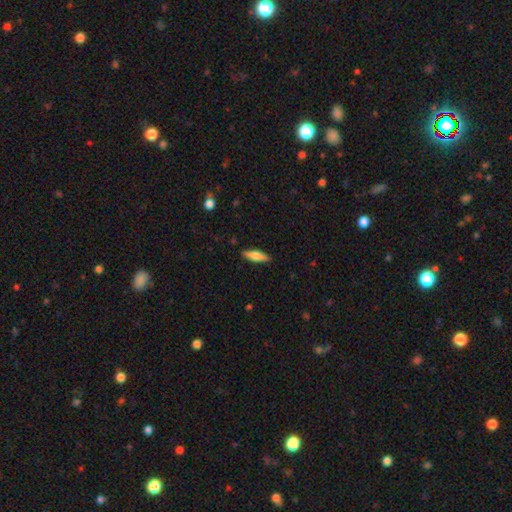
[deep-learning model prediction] Smooth or featured? Predicted: smooth (p=0.67). How rounded? Predicted: cigar-shaped (p=0.58). Merging? Predicted: none (p=0.87).